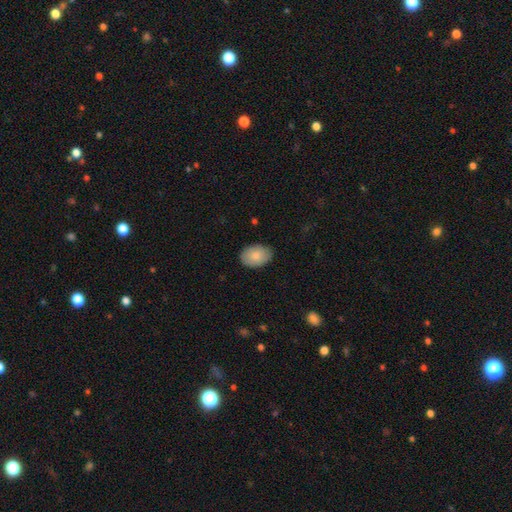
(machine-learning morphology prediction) type=smooth (84%); roundness=in between (80%); merging=none (83%).